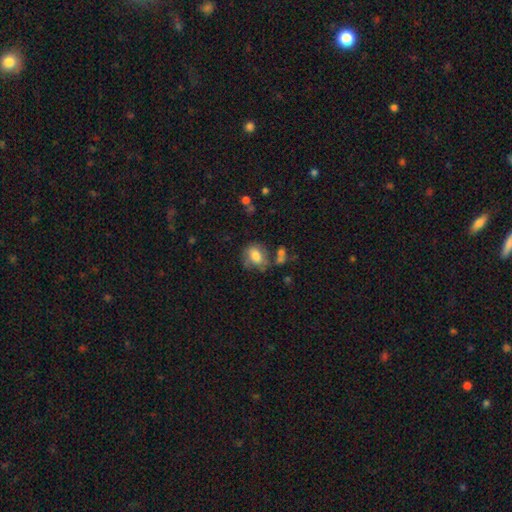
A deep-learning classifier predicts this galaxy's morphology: Smooth or featured?
  - smooth: 75% *
  - featured or disk: 16%
  - star or artifact: 9%
How rounded?
  - in between: 58% *
  - round: 41%
  - cigar-shaped: 1%
Merging?
  - none: 50% *
  - minor disturbance: 26%
  - major disturbance: 13%
  - merger: 11%